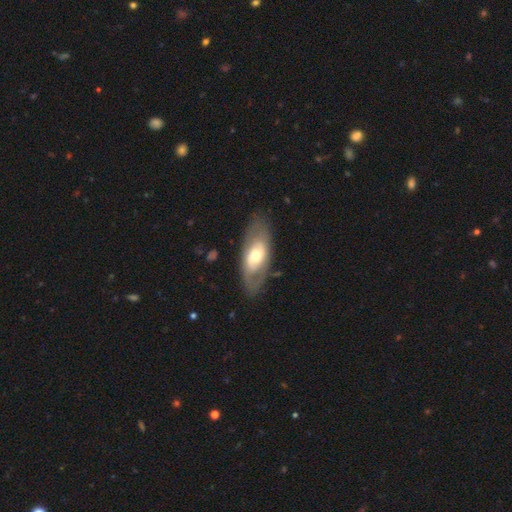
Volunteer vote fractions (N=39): smooth_or_featured: featured or disk (p=0.69) [alt: smooth p=0.28]
disk_edge_on: no (p=0.78) [alt: yes p=0.22]
bar: no (p=0.43) [alt: weak p=0.33]
has_spiral_arms: no (p=0.71) [alt: yes p=0.29]
bulge_size: moderate (p=0.57) [alt: large p=0.33]
merging: none (p=0.79) [alt: minor disturbance p=0.13]